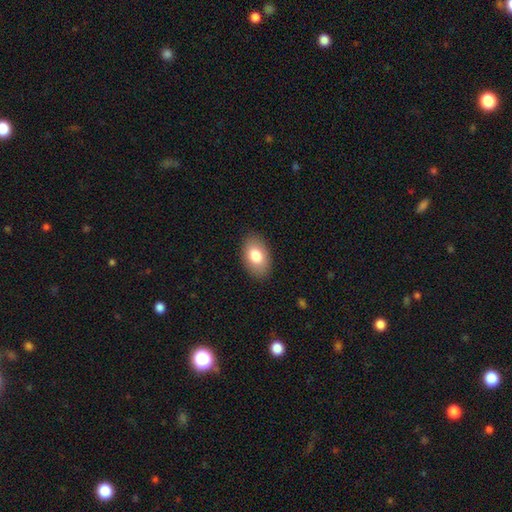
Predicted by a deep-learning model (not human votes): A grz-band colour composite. It shows a smooth galaxy with no disk features (81%) that is in between round and cigar-shaped (91%). Merging: none (88%).